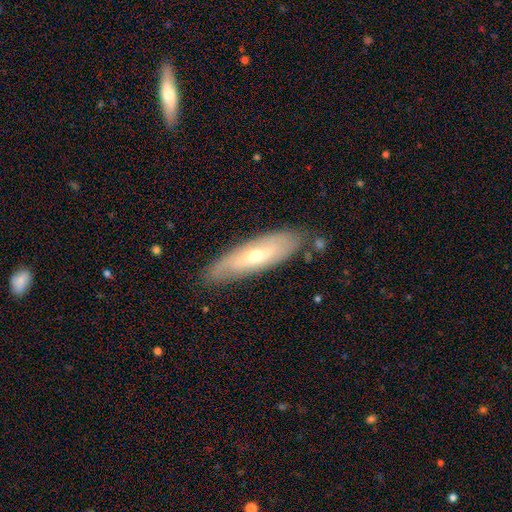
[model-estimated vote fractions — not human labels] This appears to be a featured or disk galaxy (56%). Merging: none (80%).